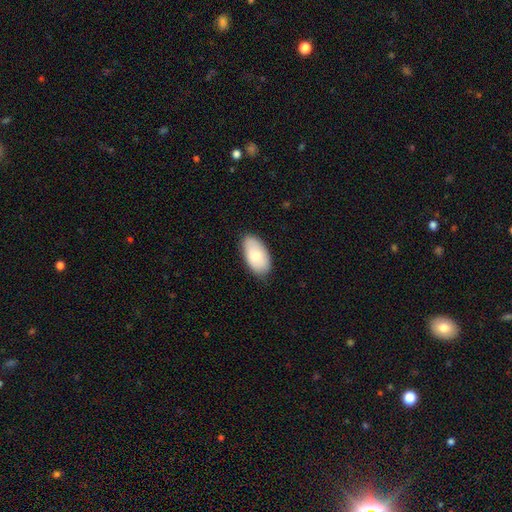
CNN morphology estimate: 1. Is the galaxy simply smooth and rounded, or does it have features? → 76% smooth, 18% featured or disk, 6% star or artifact.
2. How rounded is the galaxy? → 95% in between, 3% round, 2% cigar-shaped.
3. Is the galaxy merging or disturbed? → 79% none, 17% minor disturbance, 3% major disturbance, 1% merger.